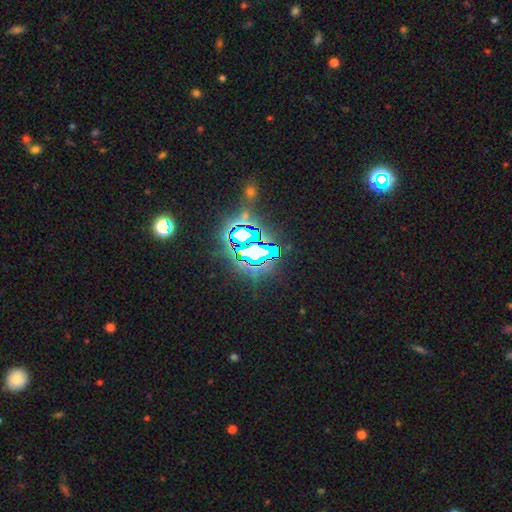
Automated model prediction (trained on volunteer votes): Overall: star or artifact (78%).